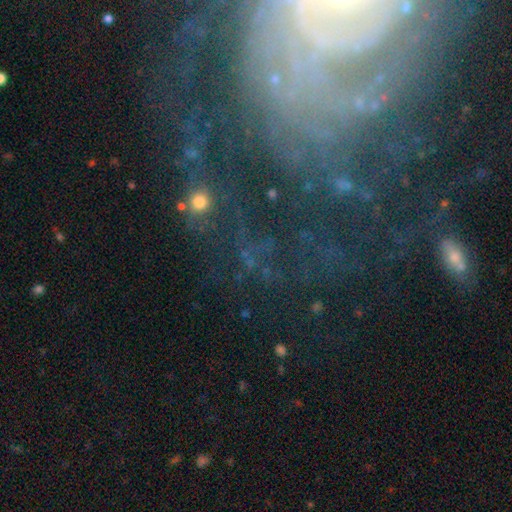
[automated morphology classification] Overall: featured or disk (53%; star or artifact 30%). Edge-on disk: no (91%). Merging: none (60%).